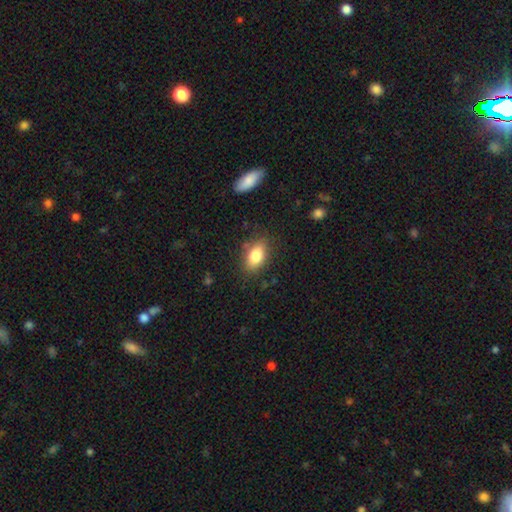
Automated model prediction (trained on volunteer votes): Smooth or featured? Predicted: smooth (p=0.81). How rounded? Predicted: in between (p=0.87). Merging? Predicted: none (p=0.82).